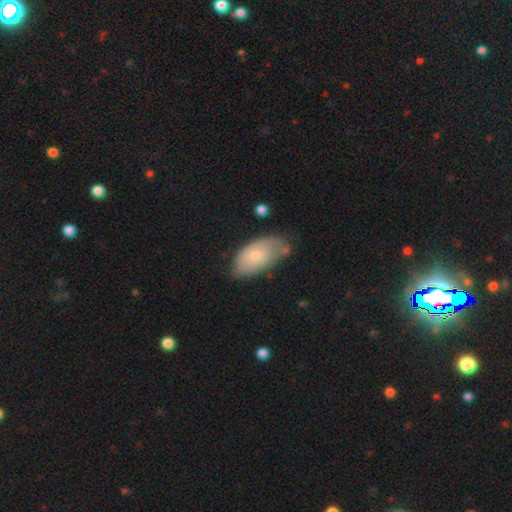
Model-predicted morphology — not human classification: type=smooth (65%); roundness=in between (94%); merging=none (57%).